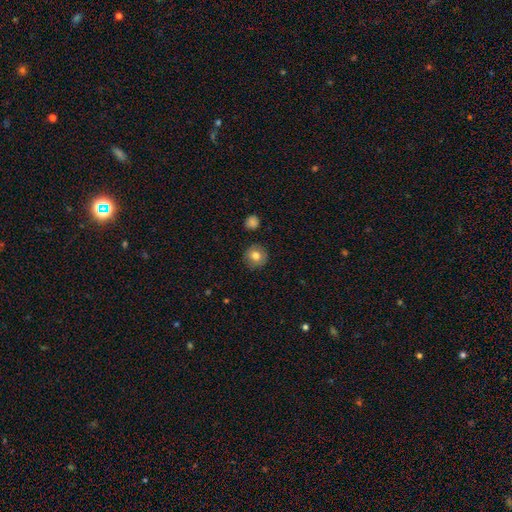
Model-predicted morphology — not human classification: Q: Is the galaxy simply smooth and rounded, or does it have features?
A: smooth — 79%.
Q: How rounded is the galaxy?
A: round — 93%.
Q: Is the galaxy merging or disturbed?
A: none — 89%.